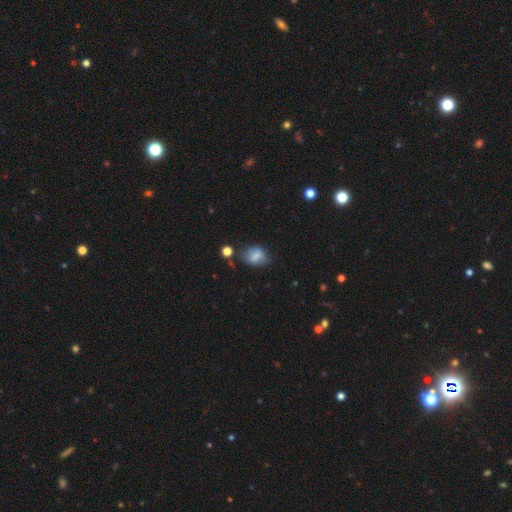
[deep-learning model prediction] Smooth or featured? smooth (76%)
How rounded? in between (65%)
Merging? none (61%)